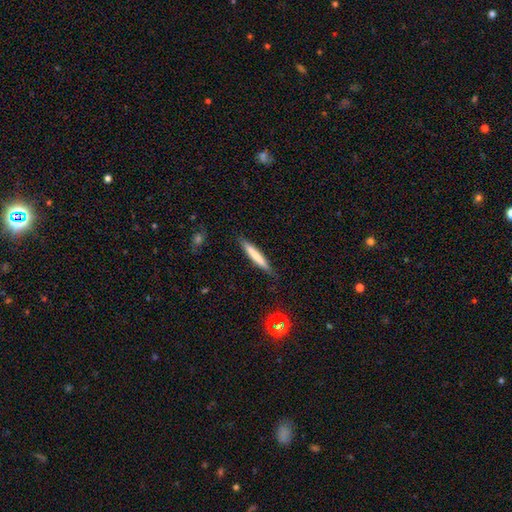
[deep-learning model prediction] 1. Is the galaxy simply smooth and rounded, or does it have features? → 69% smooth, 25% featured or disk, 6% star or artifact.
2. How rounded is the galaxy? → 94% cigar-shaped, 5% in between, 1% round.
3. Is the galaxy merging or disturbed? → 84% none, 13% minor disturbance, 2% major disturbance, 1% merger.